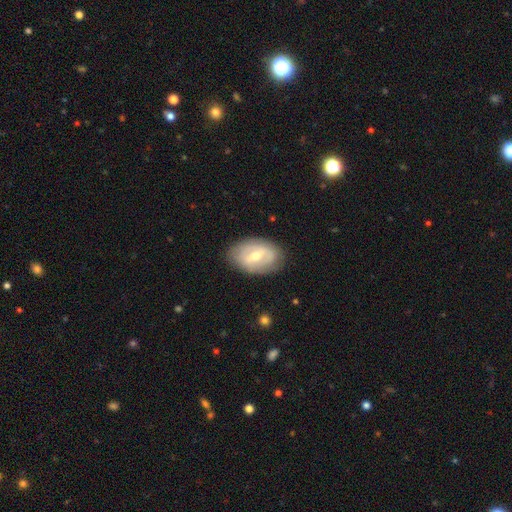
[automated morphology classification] Overall: featured or disk (60%; smooth 34%). Edge-on disk: no (92%). Bar: weak (46%; strong 35%). Spiral arms: no (51%; yes 49%). Bulge size: moderate (62%; small 32%). Merging: none (81%).